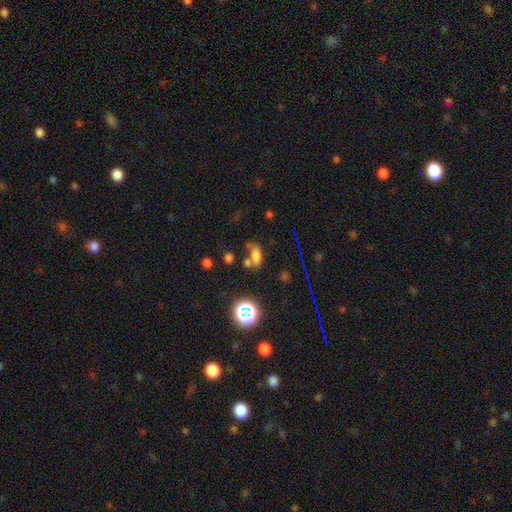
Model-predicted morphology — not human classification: Q: Smooth or featured?
A: smooth (64%); runner-up: star or artifact (24%)
Q: How rounded?
A: in between (75%); runner-up: round (17%)
Q: Merging?
A: none (45%); runner-up: merger (27%)